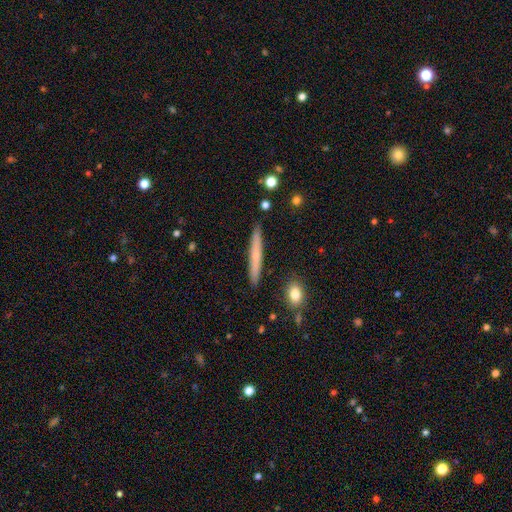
smooth_or_featured: smooth (p=0.47) [tied with: featured or disk p=0.47]
how_rounded: cigar-shaped (p=1.00)
merging: none (p=0.95) [alt: minor disturbance p=0.05]